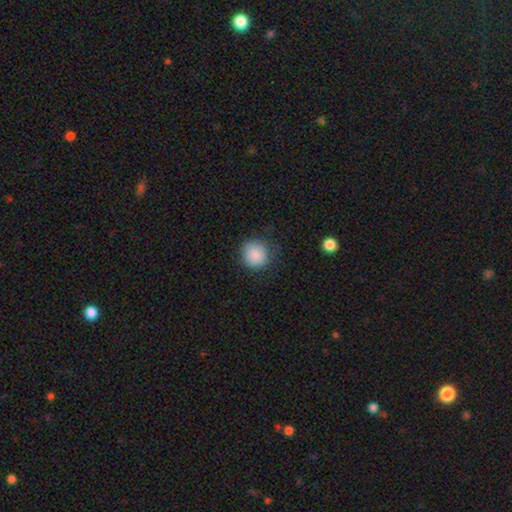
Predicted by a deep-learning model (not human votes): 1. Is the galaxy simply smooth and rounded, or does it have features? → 88% smooth, 8% star or artifact, 5% featured or disk.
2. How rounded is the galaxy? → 91% round, 8% in between, 1% cigar-shaped.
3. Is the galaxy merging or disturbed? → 78% none, 16% minor disturbance, 5% major disturbance, 1% merger.